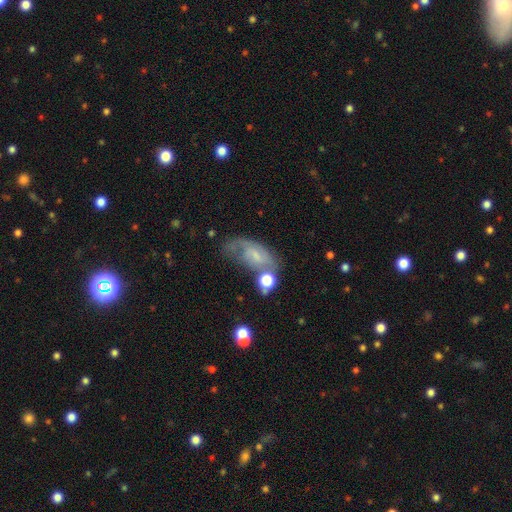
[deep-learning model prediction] A featured or disk galaxy (54%).

Vote fractions:
- Smooth or featured? featured or disk: 54% / smooth: 35% / star or artifact: 12%
- Edge-on disk? no: 93% / yes: 7%
- Merging? none: 36% / major disturbance: 26% / minor disturbance: 25% / merger: 14%